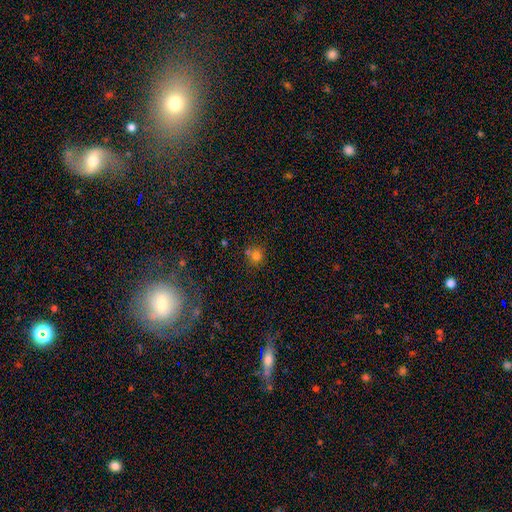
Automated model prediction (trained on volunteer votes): Smooth or featured?
  - smooth: 73% *
  - star or artifact: 17%
  - featured or disk: 10%
How rounded?
  - round: 86% *
  - in between: 13%
  - cigar-shaped: 1%
Merging?
  - none: 61% *
  - merger: 24%
  - minor disturbance: 11%
  - major disturbance: 4%